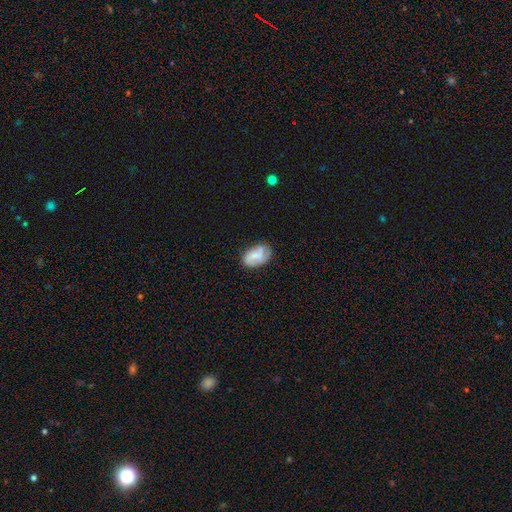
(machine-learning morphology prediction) The model was most divided on "smooth or featured": smooth: 51%, featured or disk: 41%, star or artifact: 8%. More confident: how rounded — in between (87%); merging — none (63%).